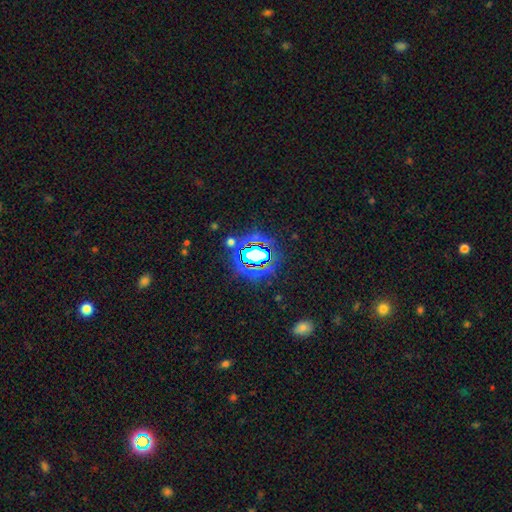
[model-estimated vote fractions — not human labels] Smooth or featured?
  - star or artifact: 68% *
  - smooth: 20%
  - featured or disk: 12%